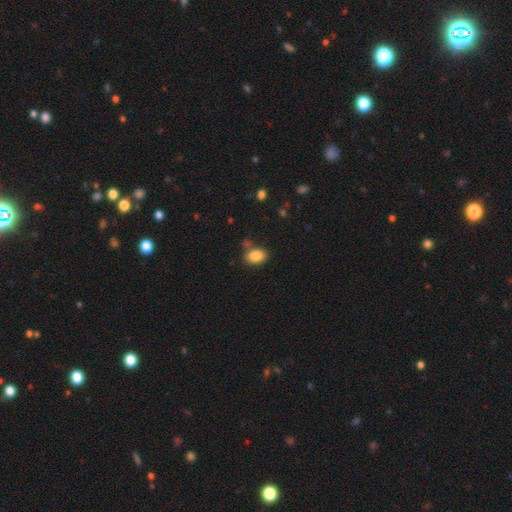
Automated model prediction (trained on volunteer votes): Morphology: type=smooth (87%); roundness=in between (82%); merging=none (73%).